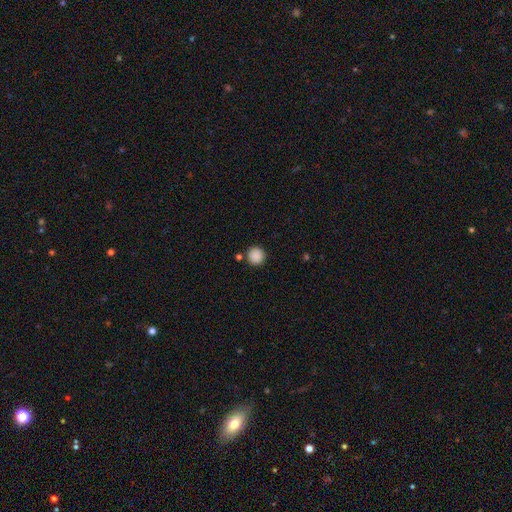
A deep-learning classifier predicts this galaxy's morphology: A smooth galaxy with no disk features (88%) that is round (95%). Merging: none (86%).